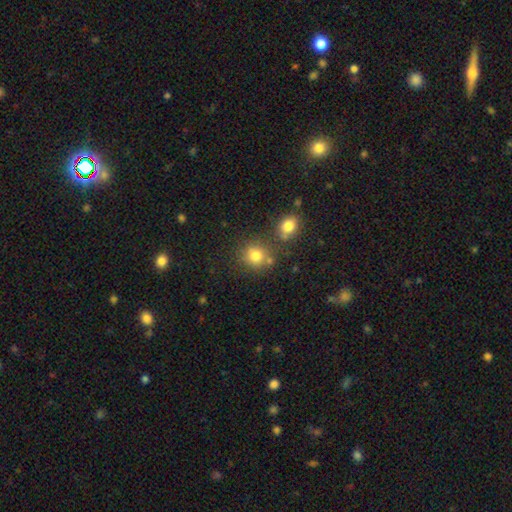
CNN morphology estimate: smooth-or-featured: smooth: 79% | star or artifact: 13% | featured or disk: 8%
  how-rounded: round: 85% | in between: 14% | cigar-shaped: 1%
  merging: none: 69% | merger: 16% | minor disturbance: 12% | major disturbance: 4%